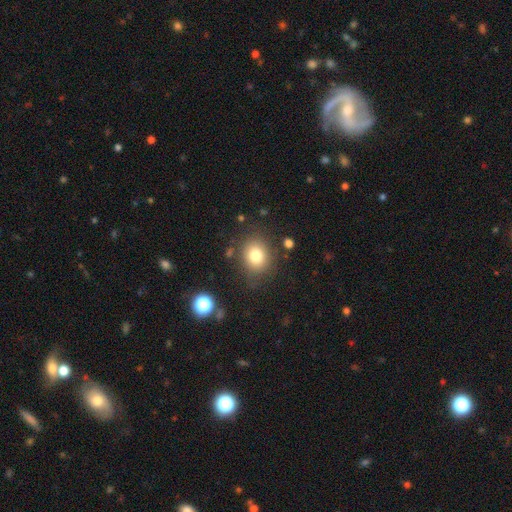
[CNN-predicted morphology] This appears to be a smooth galaxy with no disk features (79%) that is round (62%). Merging: none (81%).